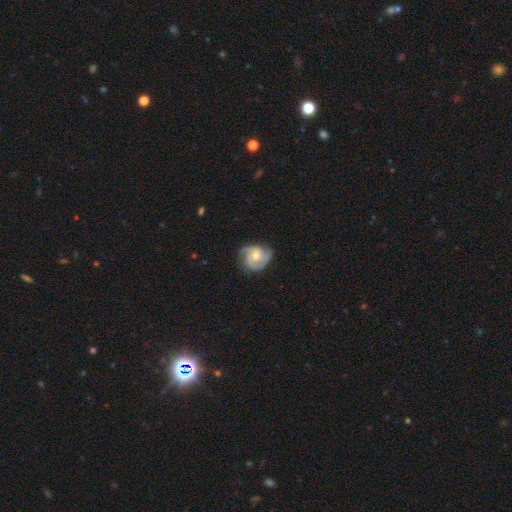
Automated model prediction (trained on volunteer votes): Q: Smooth or featured?
A: featured or disk (78%); runner-up: smooth (17%)
Q: Edge-on disk?
A: no (98%); runner-up: yes (2%)
Q: Bar?
A: no (68%); runner-up: weak (26%)
Q: Spiral arms?
A: yes (94%); runner-up: no (6%)
Q: Spiral winding?
A: medium (44%); runner-up: tight (42%)
Q: Spiral arm count?
A: 2 (40%); runner-up: 3 (39%)
Q: Bulge size?
A: moderate (65%); runner-up: small (29%)
Q: Merging?
A: none (65%); runner-up: minor disturbance (25%)